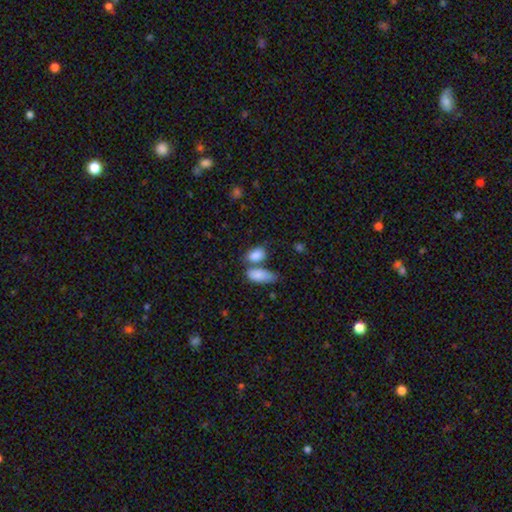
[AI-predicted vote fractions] A smooth galaxy with no disk features (86%) that is in between round and cigar-shaped (86%).

Vote fractions:
- Smooth or featured? smooth: 86% / star or artifact: 7% / featured or disk: 6%
- How rounded? in between: 86% / round: 10% / cigar-shaped: 4%
- Merging? none: 44% / merger: 39% / minor disturbance: 12% / major disturbance: 5%